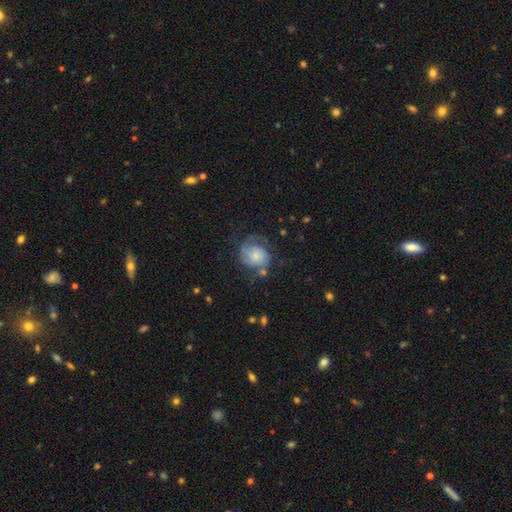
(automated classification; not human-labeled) Smooth or featured? featured or disk (63%)
Edge-on disk? no (98%)
Bar? no (73%)
Spiral arms? yes (88%)
Spiral winding? medium (41%)
Spiral arm count? 2 (55%)
Bulge size? small (47%)
Merging? none (50%)